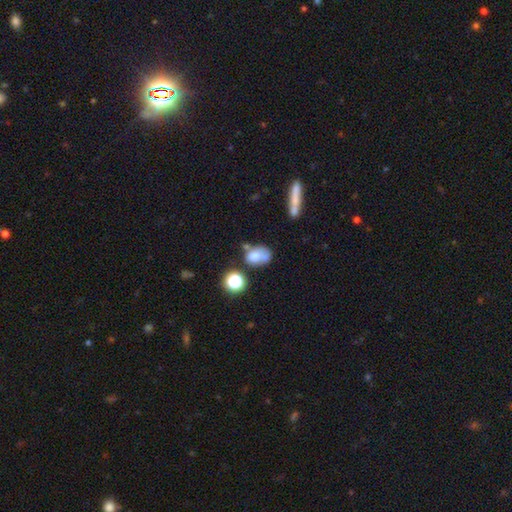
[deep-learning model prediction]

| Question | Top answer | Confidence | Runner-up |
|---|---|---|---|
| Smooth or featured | smooth | 67% | featured or disk (20%) |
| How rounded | in between | 72% | round (26%) |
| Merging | none | 35% | merger (28%) |